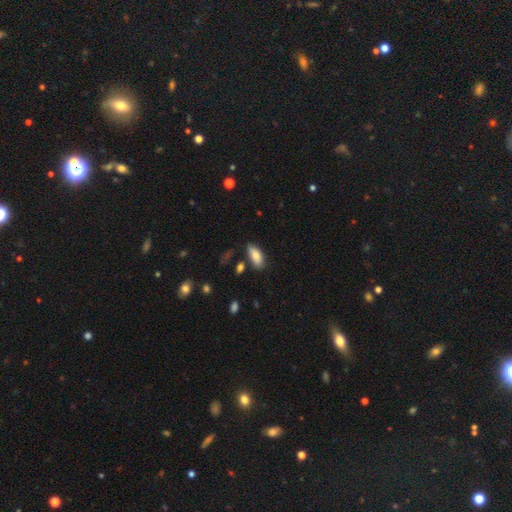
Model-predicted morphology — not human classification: Smooth or featured? smooth (81%)
How rounded? in between (85%)
Merging? none (72%)